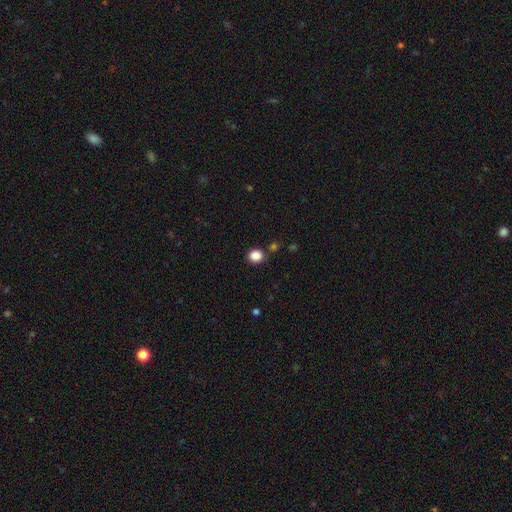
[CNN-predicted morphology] Smooth or featured? smooth (86%)
How rounded? round (79%)
Merging? none (86%)